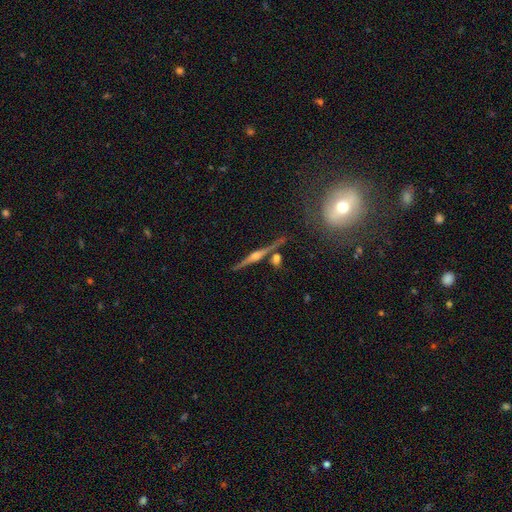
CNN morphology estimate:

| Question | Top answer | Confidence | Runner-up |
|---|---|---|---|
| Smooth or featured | featured or disk | 79% | smooth (12%) |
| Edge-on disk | yes | 97% | no (3%) |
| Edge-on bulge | rounded | 86% | boxy (9%) |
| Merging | none | 80% | minor disturbance (9%) |